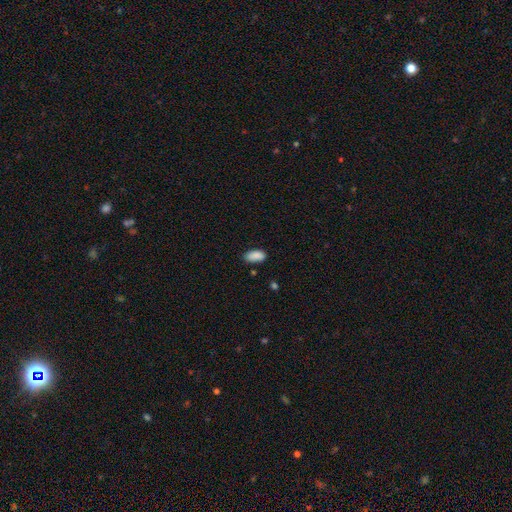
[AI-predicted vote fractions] Smooth or featured? Predicted: smooth (p=0.89). How rounded? Predicted: in between (p=0.92). Merging? Predicted: none (p=0.78).